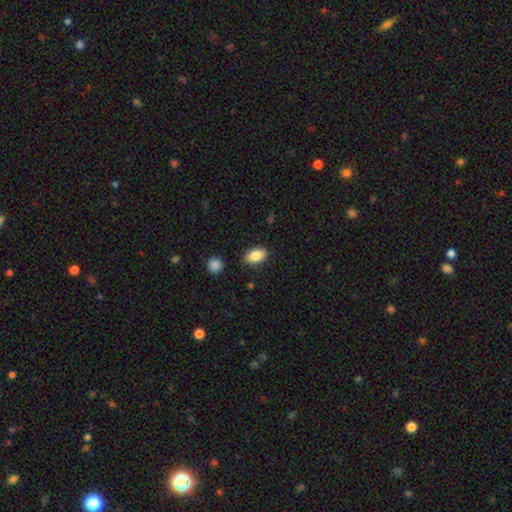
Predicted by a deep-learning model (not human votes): Smooth or featured? smooth (87%)
How rounded? in between (89%)
Merging? none (85%)